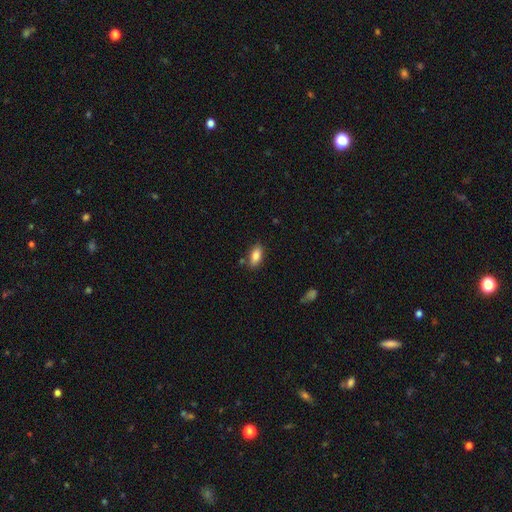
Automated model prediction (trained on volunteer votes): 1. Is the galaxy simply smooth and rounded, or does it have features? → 84% smooth, 8% featured or disk, 7% star or artifact.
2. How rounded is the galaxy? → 90% in between, 7% cigar-shaped, 3% round.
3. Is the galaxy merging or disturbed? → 80% none, 13% minor disturbance, 4% merger, 3% major disturbance.